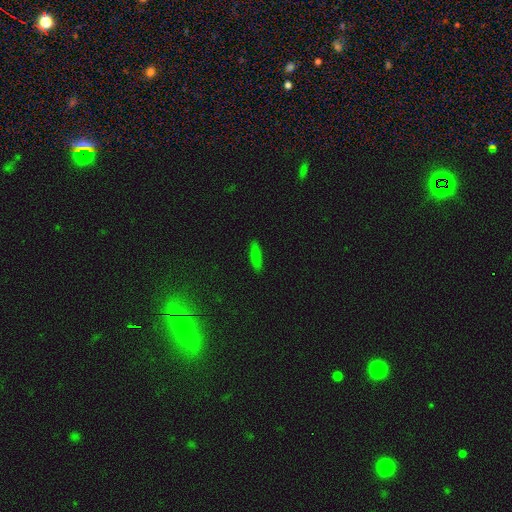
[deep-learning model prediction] smooth 80%, star or artifact 10%, featured or disk 10%. Down the decision tree: how rounded — cigar-shaped (70%); merging — none (88%).